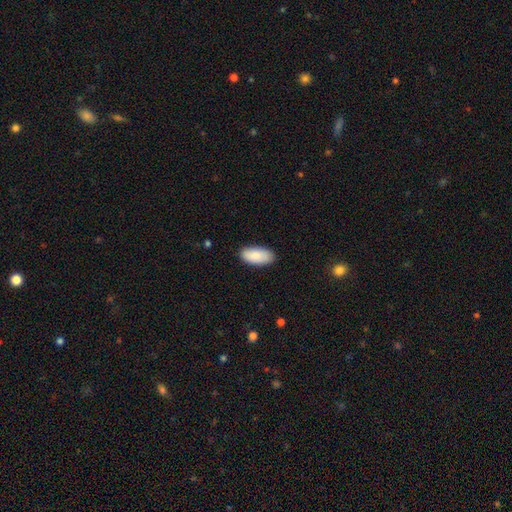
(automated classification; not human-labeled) Overall: smooth (88%). How rounded: in between (93%). Merging: none (87%).